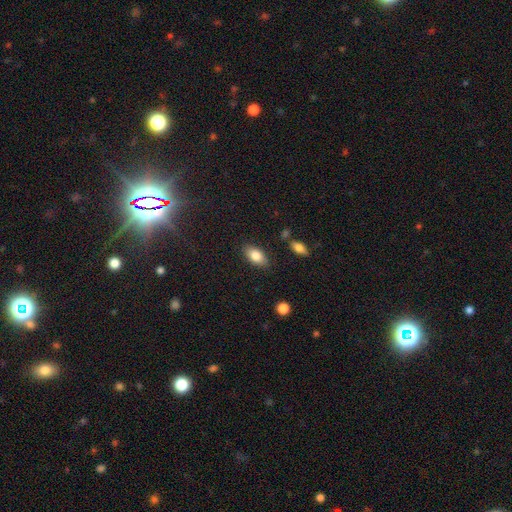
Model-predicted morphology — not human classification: type=smooth (83%); roundness=in between (91%); merging=none (84%).